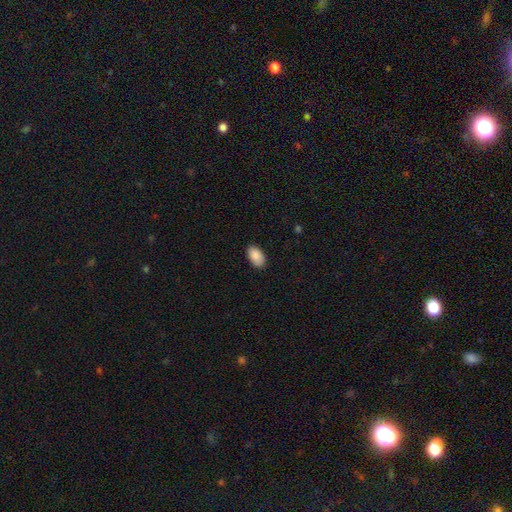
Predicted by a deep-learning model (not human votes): Morphology: type=smooth (89%); roundness=in between (94%); merging=none (86%).